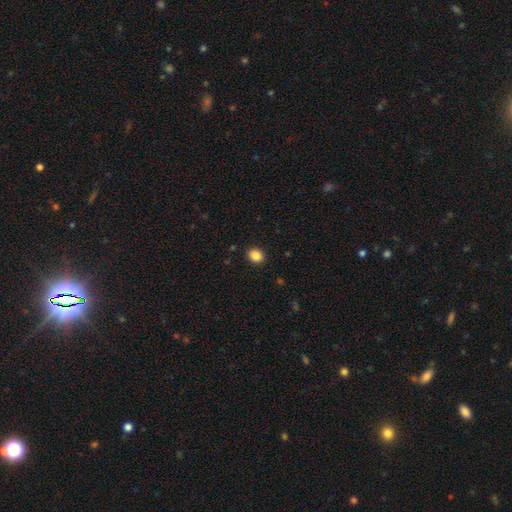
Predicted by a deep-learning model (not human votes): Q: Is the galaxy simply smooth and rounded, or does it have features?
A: smooth — 87%.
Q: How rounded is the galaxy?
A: round — 56%.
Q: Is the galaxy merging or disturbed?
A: none — 91%.